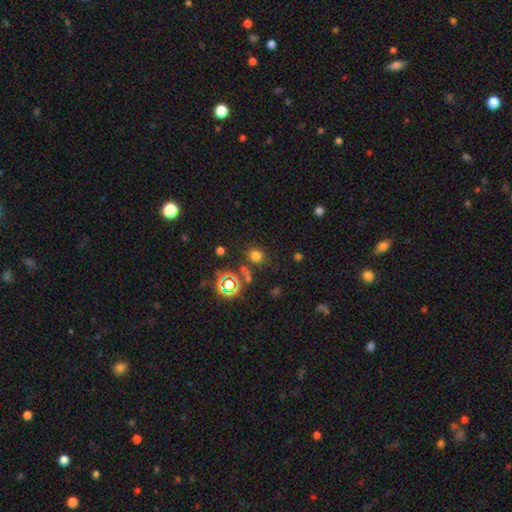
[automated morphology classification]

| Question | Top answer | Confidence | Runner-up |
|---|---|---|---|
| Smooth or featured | smooth | 68% | star or artifact (26%) |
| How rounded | round | 76% | in between (23%) |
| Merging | none | 77% | minor disturbance (11%) |